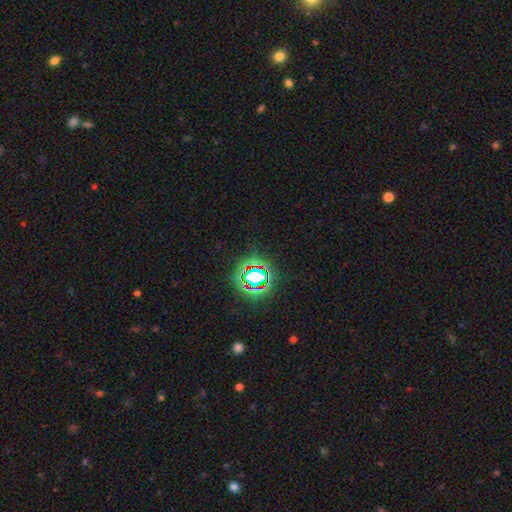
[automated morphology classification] Overall: star or artifact (77%).